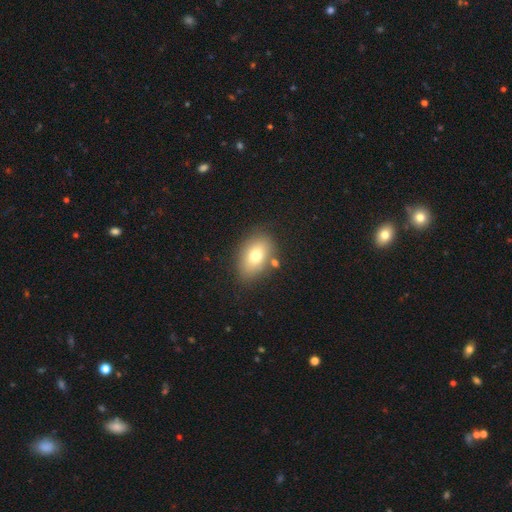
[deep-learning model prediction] This is likely a smooth galaxy (75%). How rounded: clearly in between (84%). Merging: likely none (78%).